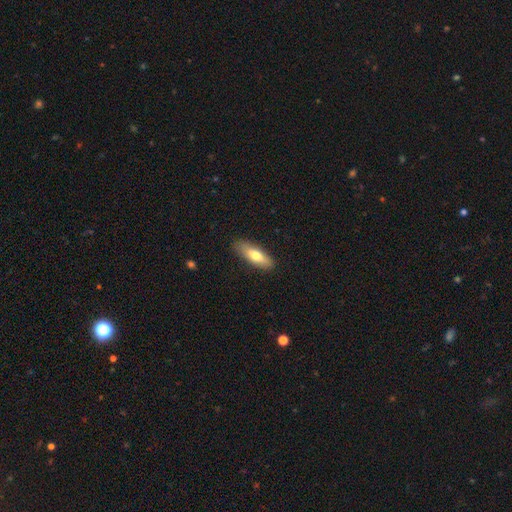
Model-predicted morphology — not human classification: This appears to be a smooth galaxy with no disk features (68%) that is in between round and cigar-shaped (54%). Merging: none (86%).